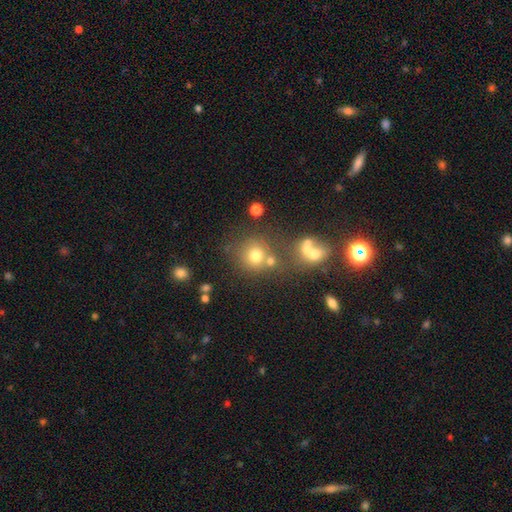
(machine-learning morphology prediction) type=smooth (72%); roundness=round (87%); merging=none (59%).